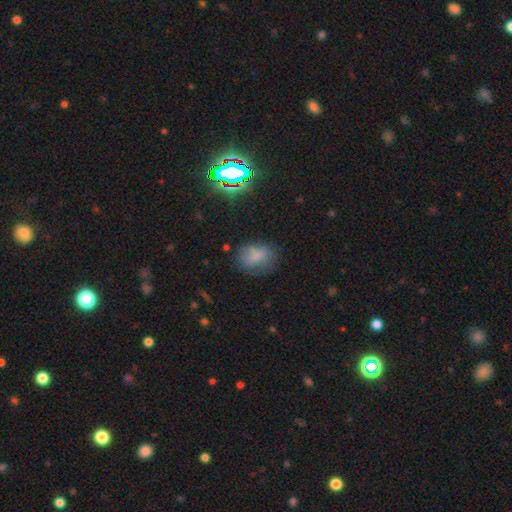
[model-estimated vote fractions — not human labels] Overall: smooth (70%). How rounded: in between (65%; round 33%). Merging: none (64%).